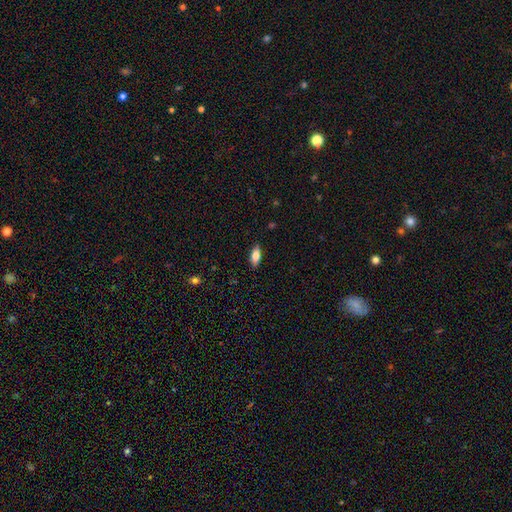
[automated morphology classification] type=smooth (78%); roundness=in between (83%); merging=none (88%).